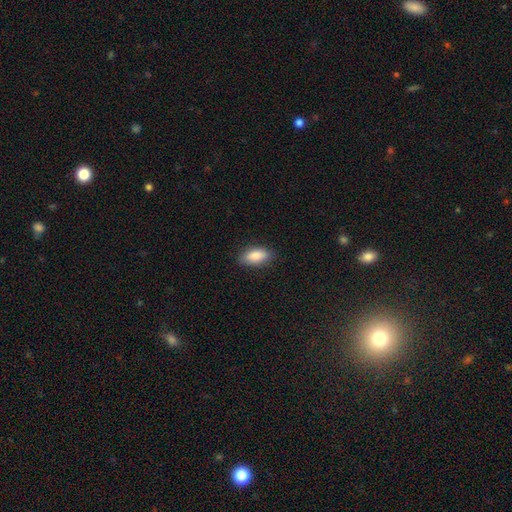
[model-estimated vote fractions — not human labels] A smooth galaxy with no disk features (87%) that is in between round and cigar-shaped (89%).

Vote fractions:
- Smooth or featured? smooth: 87% / featured or disk: 7% / star or artifact: 6%
- How rounded? in between: 89% / cigar-shaped: 8% / round: 3%
- Merging? none: 86% / minor disturbance: 11% / major disturbance: 2% / merger: 1%